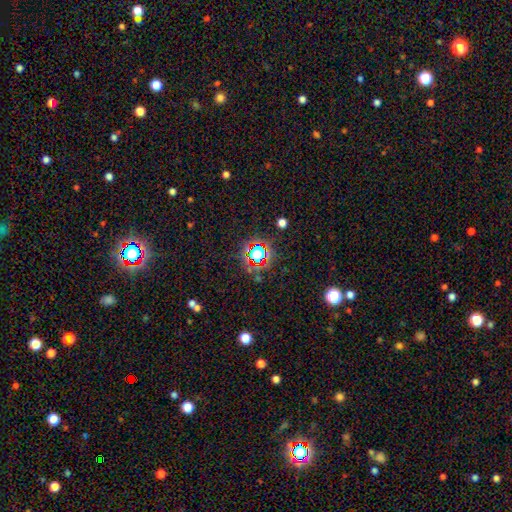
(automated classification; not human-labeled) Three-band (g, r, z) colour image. It shows a star or artifact, not a galaxy (67%).